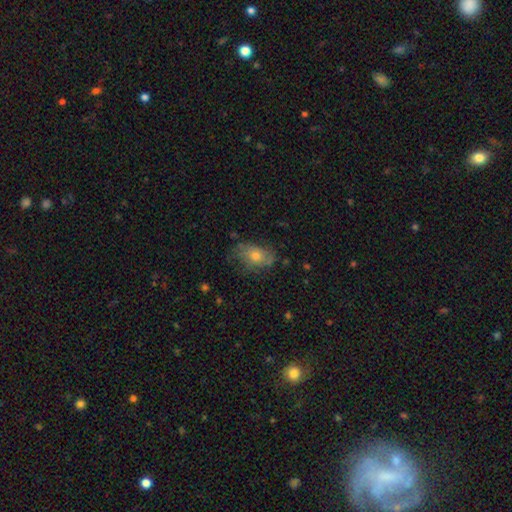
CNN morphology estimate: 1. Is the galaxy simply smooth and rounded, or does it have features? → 58% smooth, 30% featured or disk, 12% star or artifact.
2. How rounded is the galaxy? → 76% in between, 21% round, 2% cigar-shaped.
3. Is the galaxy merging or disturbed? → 61% none, 26% minor disturbance, 11% major disturbance, 2% merger.